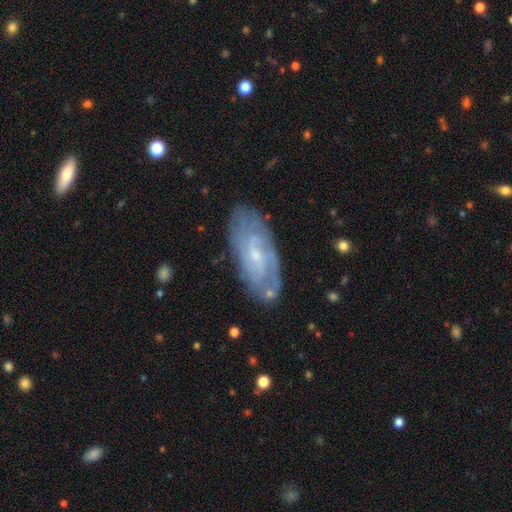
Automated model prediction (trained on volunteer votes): A featured or disk galaxy (78%) with a weak bar (47%), tight (56%) spiral arms (92%) and a small central bulge (67%).

Vote fractions:
- Smooth or featured? featured or disk: 78% / smooth: 16% / star or artifact: 6%
- Edge-on disk? no: 92% / yes: 8%
- Bar? weak: 47% / no: 44% / strong: 9%
- Spiral arms? yes: 92% / no: 8%
- Spiral winding? tight: 56% / medium: 34% / loose: 10%
- Spiral arm count? can't tell: 39% / 2: 31% / 3: 14% / 4: 8% / 1: 4% / more than 4: 4%
- Bulge size? small: 67% / moderate: 25% / none: 6% / large: 1% / dominant: 1%
- Merging? none: 79% / minor disturbance: 16% / major disturbance: 4% / merger: 2%